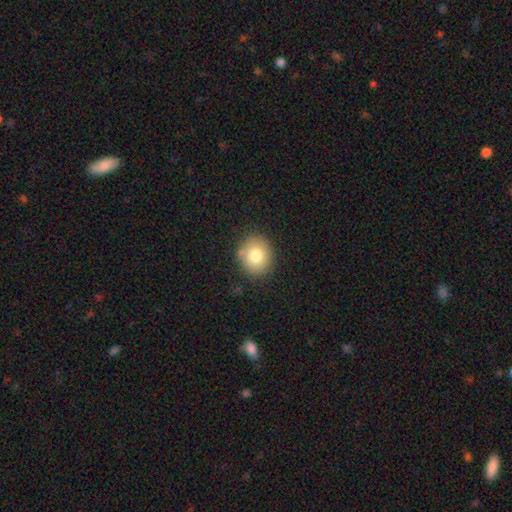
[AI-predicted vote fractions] Smooth or featured? smooth (78%)
How rounded? round (76%)
Merging? none (84%)